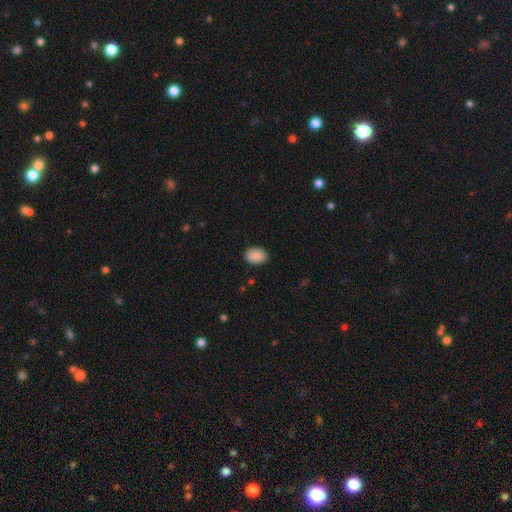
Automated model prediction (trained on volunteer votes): Smooth or featured? smooth (89%)
How rounded? in between (76%)
Merging? none (87%)